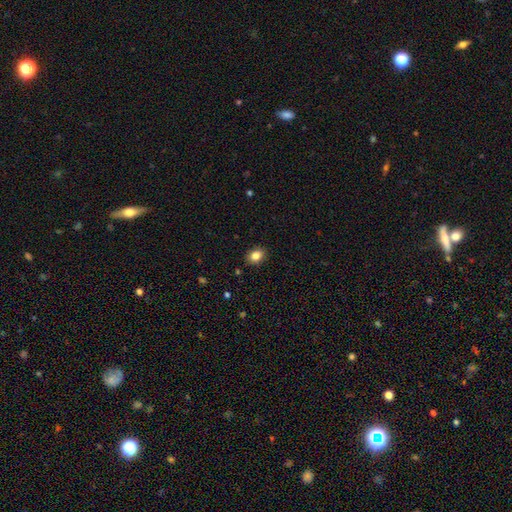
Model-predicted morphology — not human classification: A smooth galaxy with no disk features (84%) that is in between round and cigar-shaped (66%). Merging: none (88%).